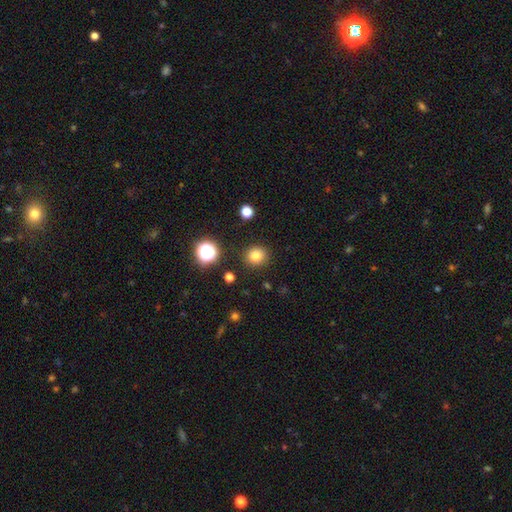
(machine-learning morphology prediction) A smooth galaxy with no disk features (81%) that is round (88%). Merging: none (89%).